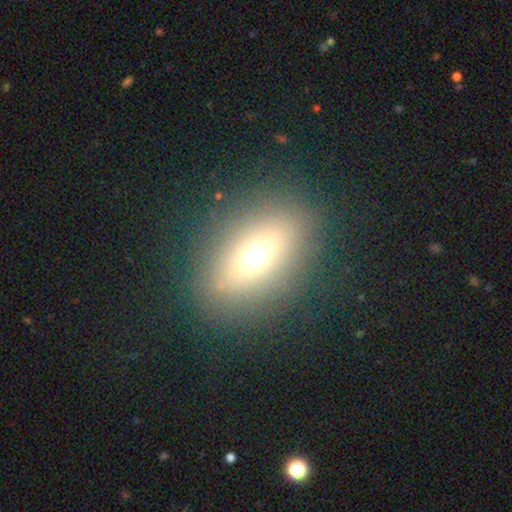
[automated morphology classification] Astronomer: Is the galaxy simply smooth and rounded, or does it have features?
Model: smooth — 61%.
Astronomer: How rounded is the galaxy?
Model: in between — 71%.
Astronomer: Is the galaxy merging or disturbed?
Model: none — 84%.